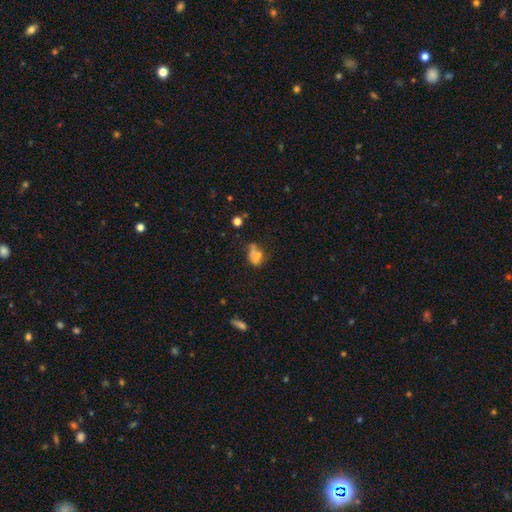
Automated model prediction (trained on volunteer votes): A smooth galaxy with no disk features (61%) that is in between round and cigar-shaped (75%). Merging: none (37%).